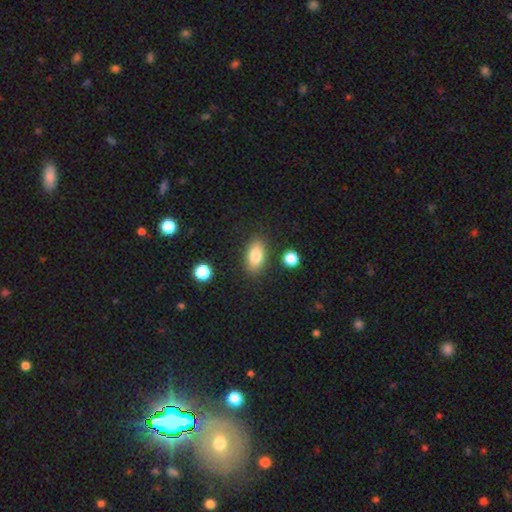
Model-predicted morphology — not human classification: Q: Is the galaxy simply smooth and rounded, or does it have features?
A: smooth — 81%.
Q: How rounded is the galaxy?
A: in between — 87%.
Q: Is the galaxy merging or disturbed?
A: none — 83%.